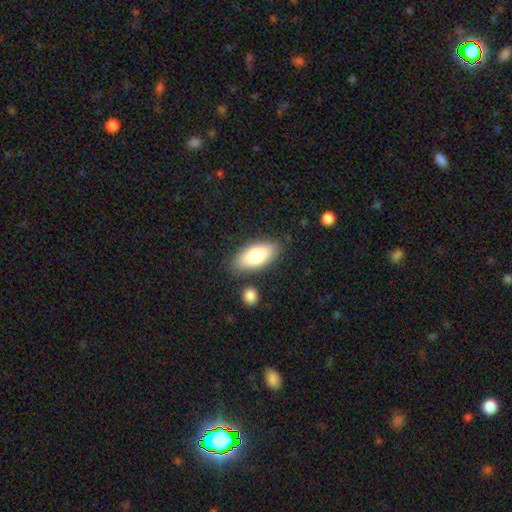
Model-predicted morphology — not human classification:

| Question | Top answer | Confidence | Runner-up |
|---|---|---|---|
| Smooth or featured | smooth | 77% | featured or disk (16%) |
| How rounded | in between | 88% | cigar-shaped (9%) |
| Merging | none | 80% | minor disturbance (12%) |